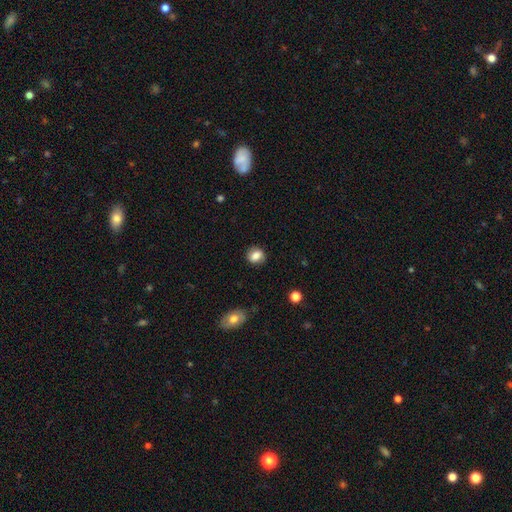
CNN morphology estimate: Smooth or featured: smooth — 82% (featured or disk — 9%)
How rounded: round — 68% (in between — 31%)
Merging: none — 83% (minor disturbance — 12%)